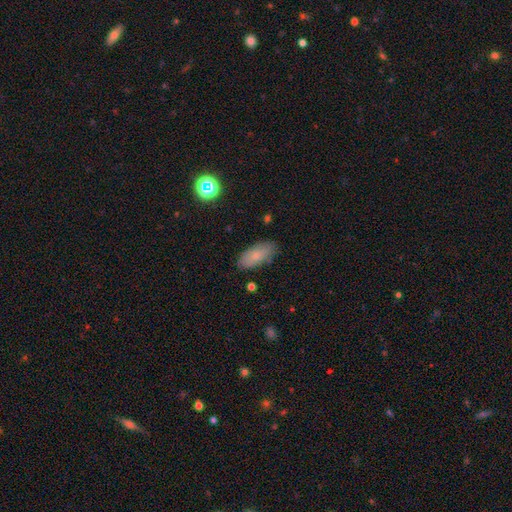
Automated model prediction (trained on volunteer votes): Q: Smooth or featured?
A: smooth (78%); runner-up: featured or disk (14%)
Q: How rounded?
A: in between (86%); runner-up: cigar-shaped (12%)
Q: Merging?
A: none (82%); runner-up: minor disturbance (14%)